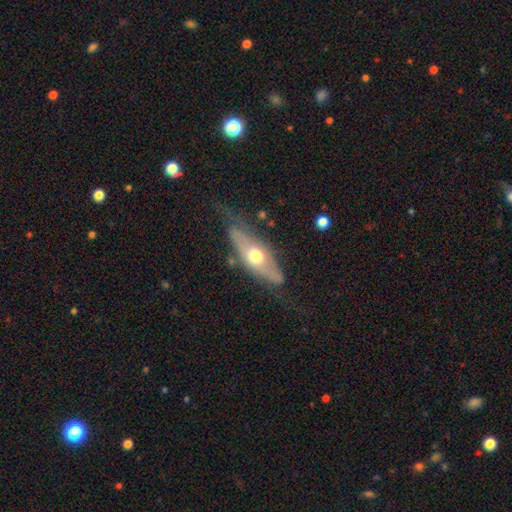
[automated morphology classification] This is likely a featured or disk galaxy (65%). It is possibly not viewed edge-on (52%). Merging: possibly none (60%).